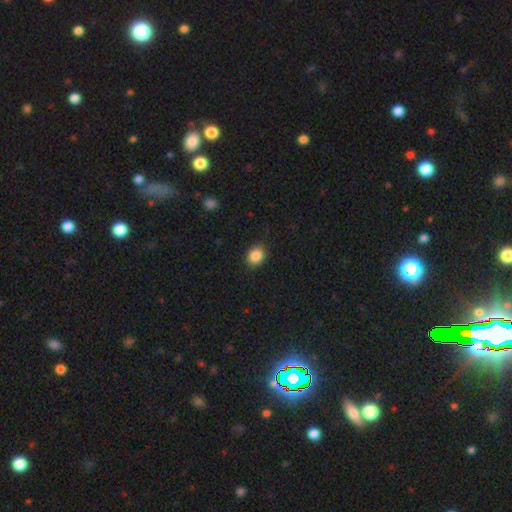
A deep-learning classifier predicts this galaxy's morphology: Smooth or featured? Predicted: smooth (p=0.87). How rounded? Predicted: round (p=0.56). Merging? Predicted: none (p=0.88).